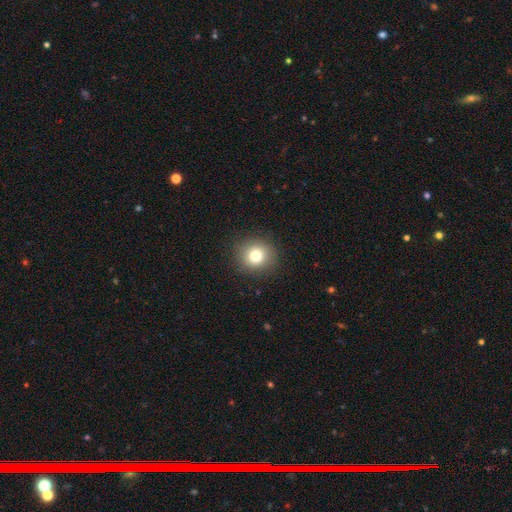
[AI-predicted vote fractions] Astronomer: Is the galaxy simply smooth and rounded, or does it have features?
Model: smooth — 78%.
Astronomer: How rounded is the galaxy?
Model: round — 90%.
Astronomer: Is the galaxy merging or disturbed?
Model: none — 90%.